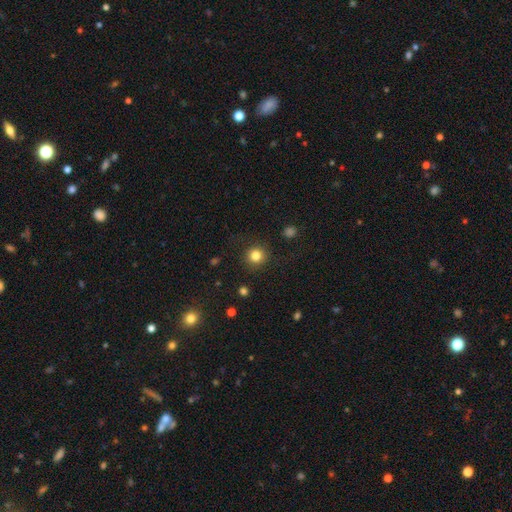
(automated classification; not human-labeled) smooth 83%, star or artifact 12%, featured or disk 5%. Down the decision tree: how rounded — round (93%); merging — none (90%).